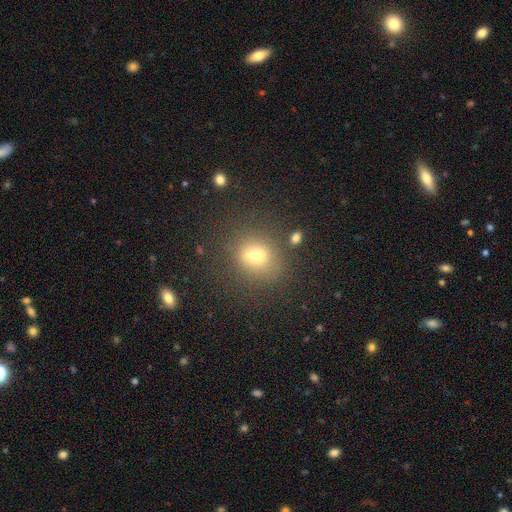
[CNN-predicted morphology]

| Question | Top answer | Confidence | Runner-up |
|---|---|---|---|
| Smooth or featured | smooth | 59% | featured or disk (22%) |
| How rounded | round | 70% | in between (28%) |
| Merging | none | 44% | merger (40%) |